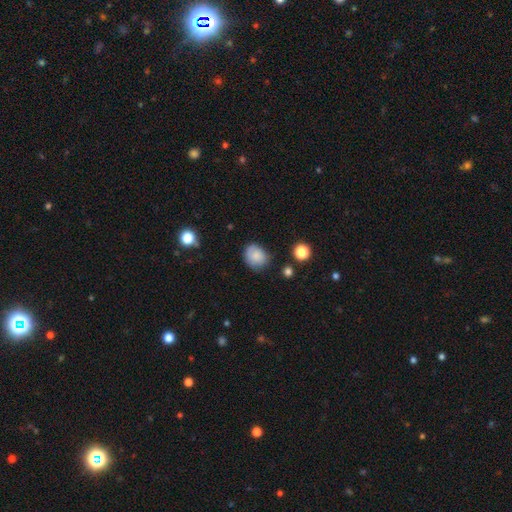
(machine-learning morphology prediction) This appears to be a smooth galaxy with no disk features (78%) that is round (60%). Merging: none (67%).